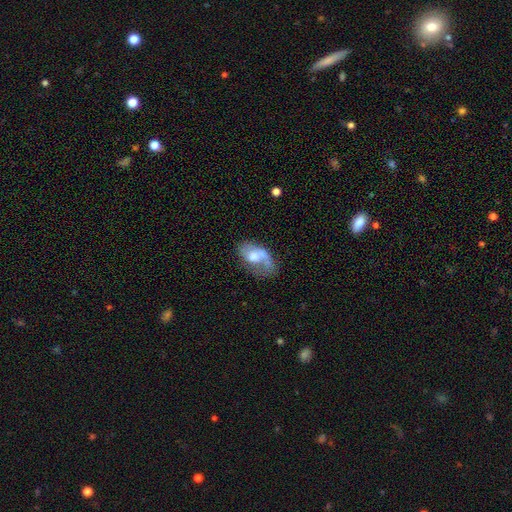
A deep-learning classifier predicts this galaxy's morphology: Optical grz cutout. It shows a featured or disk galaxy (49%). Merging: major disturbance (34%).